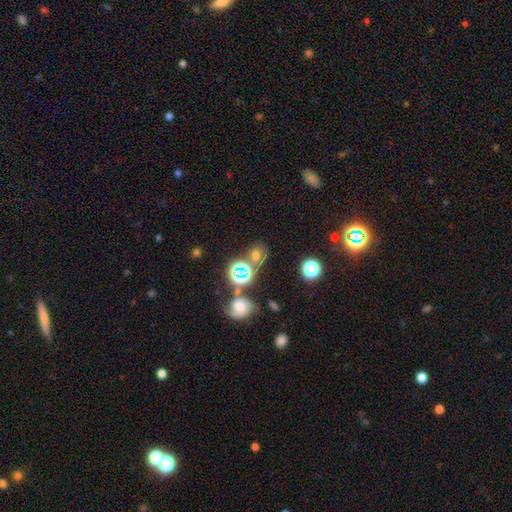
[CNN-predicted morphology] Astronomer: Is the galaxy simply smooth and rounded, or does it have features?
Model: smooth — 50% (runner-up: star or artifact, 34%).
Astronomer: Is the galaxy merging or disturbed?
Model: none — 54%.